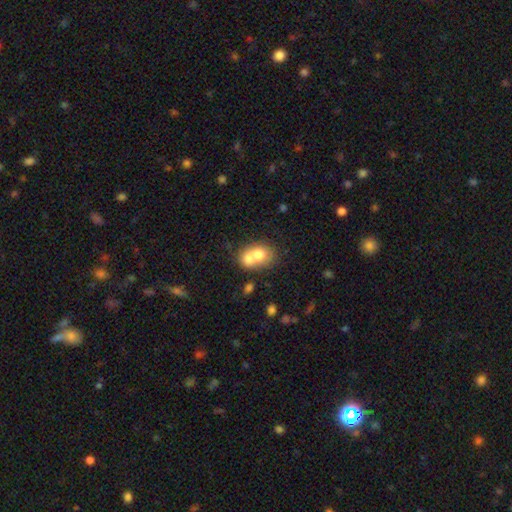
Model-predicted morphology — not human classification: smooth-or-featured: smooth: 69% | featured or disk: 22% | star or artifact: 9%
  how-rounded: round: 52% | in between: 47% | cigar-shaped: 1%
  merging: merger: 69% | none: 22% | minor disturbance: 6% | major disturbance: 3%